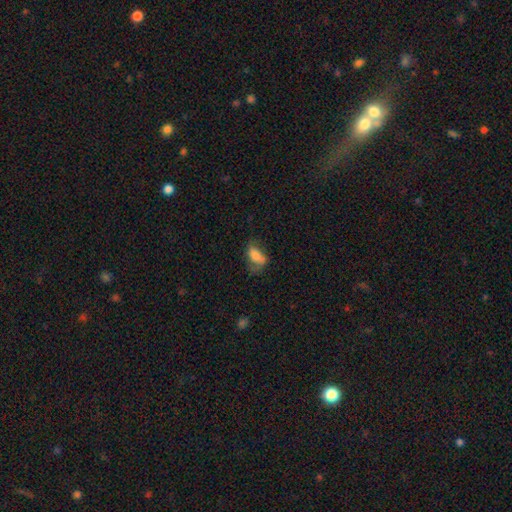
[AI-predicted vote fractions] Smooth or featured?
  - smooth: 72% *
  - featured or disk: 19%
  - star or artifact: 9%
How rounded?
  - in between: 89% *
  - round: 7%
  - cigar-shaped: 4%
Merging?
  - none: 39% *
  - minor disturbance: 30%
  - major disturbance: 27%
  - merger: 4%